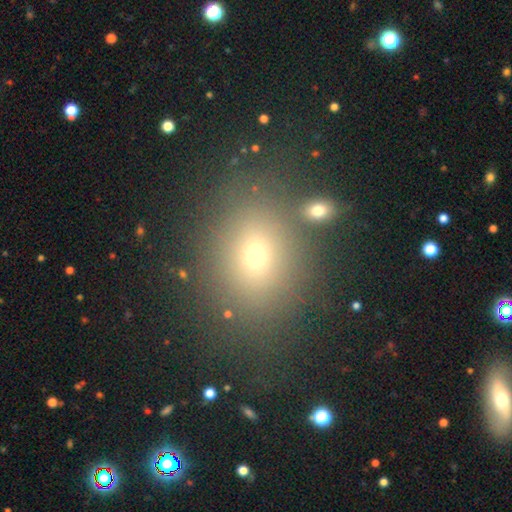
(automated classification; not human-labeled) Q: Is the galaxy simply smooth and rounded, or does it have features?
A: smooth — 68%.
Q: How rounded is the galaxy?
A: in between — 54%.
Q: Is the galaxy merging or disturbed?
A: none — 76%.